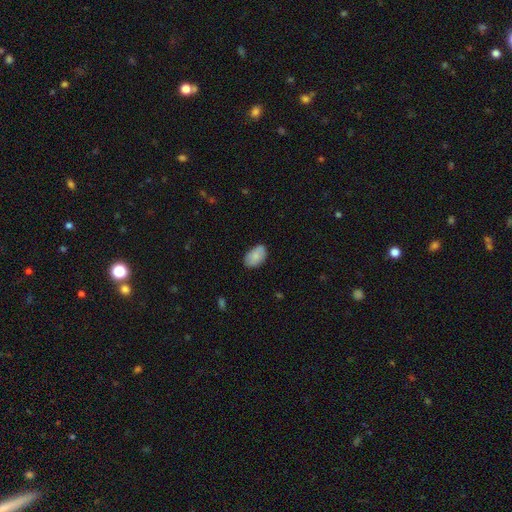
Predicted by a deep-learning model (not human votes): A smooth galaxy with no disk features (81%) that is in between round and cigar-shaped (91%). Merging: none (73%).